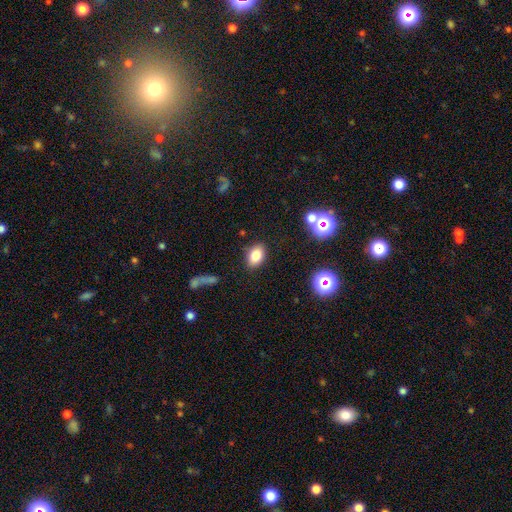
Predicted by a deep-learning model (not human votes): smooth-or-featured: smooth: 81% | star or artifact: 11% | featured or disk: 8%
  how-rounded: in between: 83% | round: 15% | cigar-shaped: 2%
  merging: none: 86% | minor disturbance: 9% | major disturbance: 3% | merger: 2%